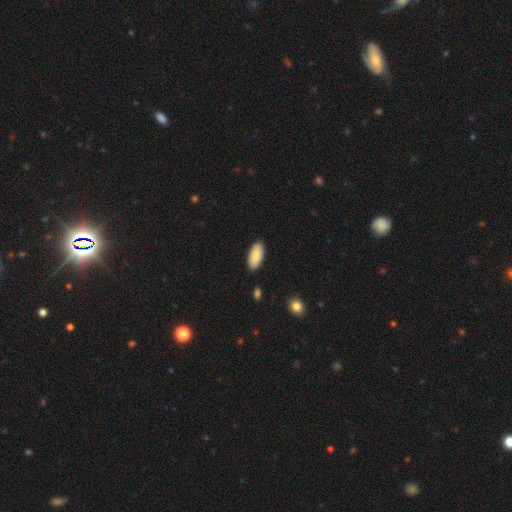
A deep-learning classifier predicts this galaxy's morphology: smooth 87%, featured or disk 7%, star or artifact 6%. Down the decision tree: how rounded — in between (88%); merging — none (89%).